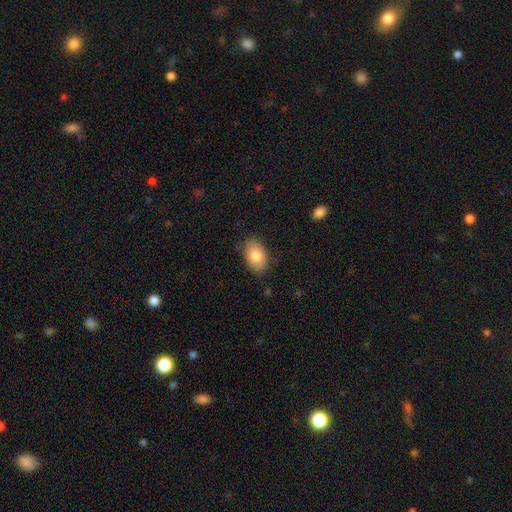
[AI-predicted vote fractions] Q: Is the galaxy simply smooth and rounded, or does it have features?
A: smooth — 83%.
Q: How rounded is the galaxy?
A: in between — 91%.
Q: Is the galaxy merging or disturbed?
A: none — 82%.